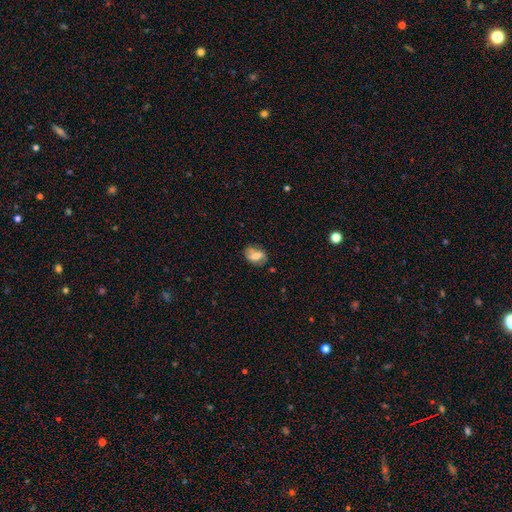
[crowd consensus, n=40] featured or disk 48%, smooth 40%, star or artifact 12%. Down the decision tree: edge-on disk — no (84%); bar — strong (50%); spiral arms — yes (62%); spiral arm count — 2 (80%); spiral winding — loose (60%); bulge size — moderate (38%, tied with small); merging — none (57%).